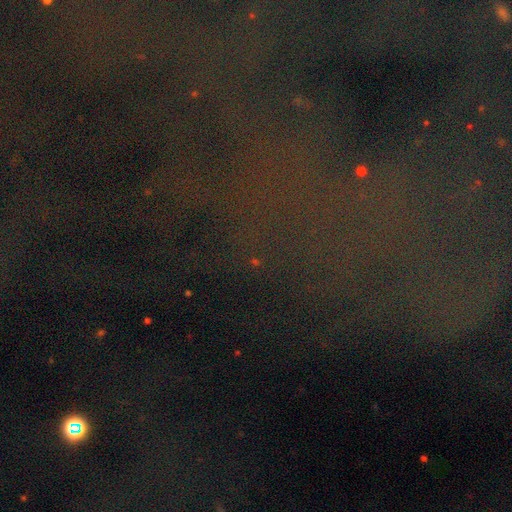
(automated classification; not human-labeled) Smooth or featured? Predicted: star or artifact (p=0.74).